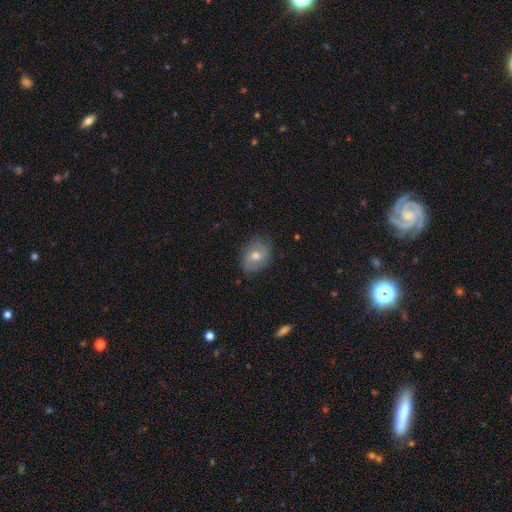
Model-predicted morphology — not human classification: type=smooth (51%); roundness=in between (66%); merging=none (75%).